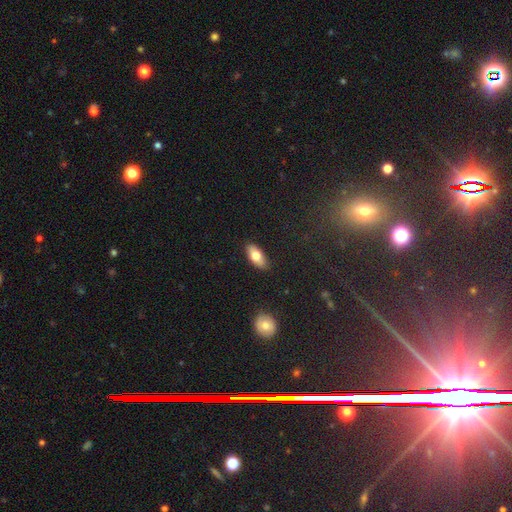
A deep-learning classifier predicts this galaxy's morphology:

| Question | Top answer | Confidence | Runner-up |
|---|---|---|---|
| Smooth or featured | smooth | 74% | featured or disk (19%) |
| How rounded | in between | 86% | cigar-shaped (11%) |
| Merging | none | 88% | minor disturbance (9%) |